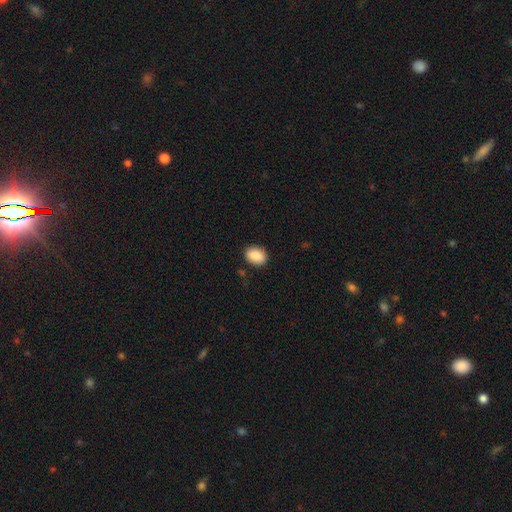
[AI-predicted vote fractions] smooth 89%, star or artifact 7%, featured or disk 4%. Down the decision tree: how rounded — in between (77%); merging — none (87%).